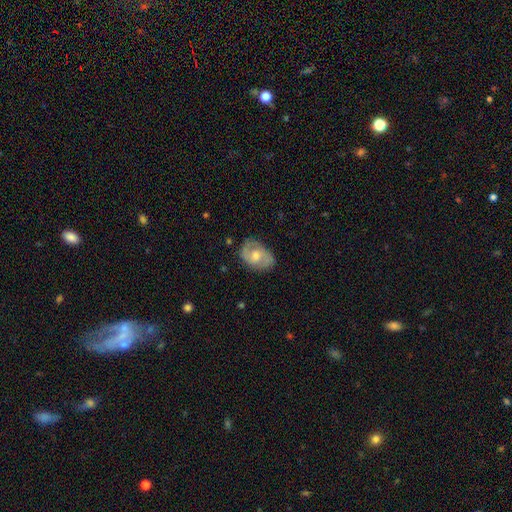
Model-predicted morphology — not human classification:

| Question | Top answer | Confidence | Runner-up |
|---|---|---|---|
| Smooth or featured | featured or disk | 61% | smooth (31%) |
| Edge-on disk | no | 96% | yes (4%) |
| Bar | no | 57% | weak (36%) |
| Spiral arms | yes | 81% | no (19%) |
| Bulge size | moderate | 68% | small (22%) |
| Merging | none | 75% | minor disturbance (19%) |